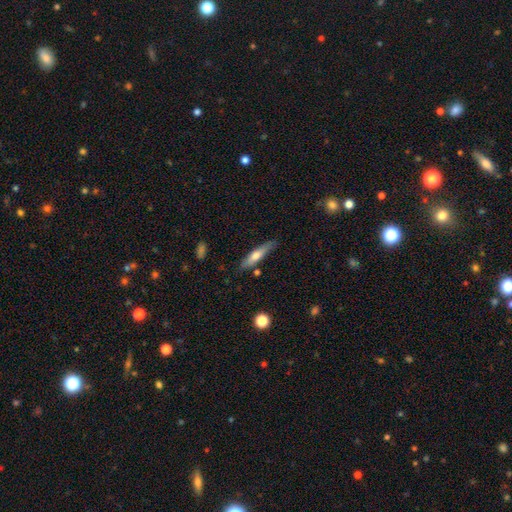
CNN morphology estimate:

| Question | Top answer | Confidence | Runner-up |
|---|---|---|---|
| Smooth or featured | smooth | 56% | featured or disk (38%) |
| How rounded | cigar-shaped | 82% | in between (16%) |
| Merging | none | 79% | minor disturbance (15%) |